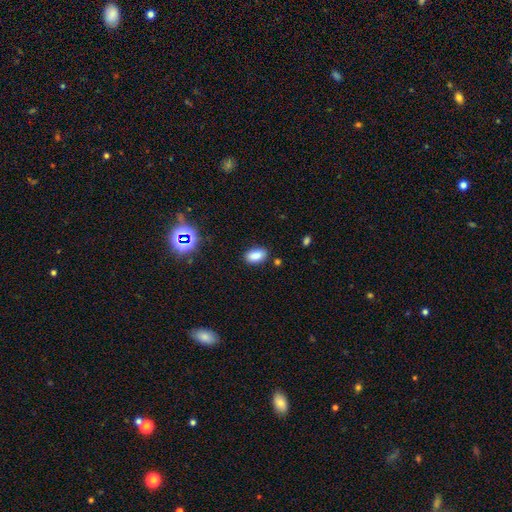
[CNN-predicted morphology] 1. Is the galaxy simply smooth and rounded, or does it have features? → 84% smooth, 11% star or artifact, 6% featured or disk.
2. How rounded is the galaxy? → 90% in between, 7% round, 2% cigar-shaped.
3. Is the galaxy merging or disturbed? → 85% none, 10% minor disturbance, 2% major disturbance, 2% merger.